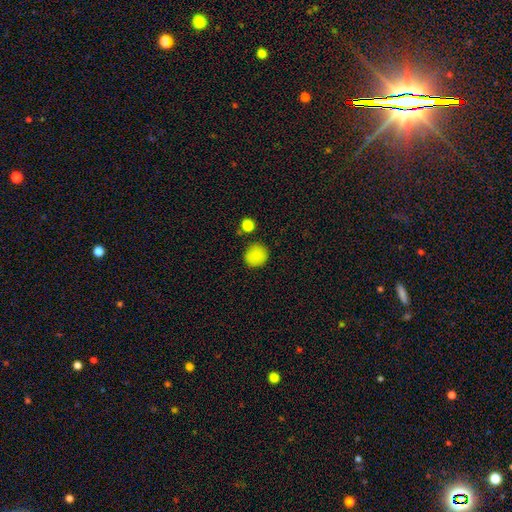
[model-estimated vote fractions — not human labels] A smooth galaxy with no disk features (87%) that is round (89%).

Vote fractions:
- Smooth or featured? smooth: 87% / star or artifact: 9% / featured or disk: 4%
- How rounded? round: 89% / in between: 10% / cigar-shaped: 1%
- Merging? none: 85% / minor disturbance: 8% / merger: 4% / major disturbance: 3%